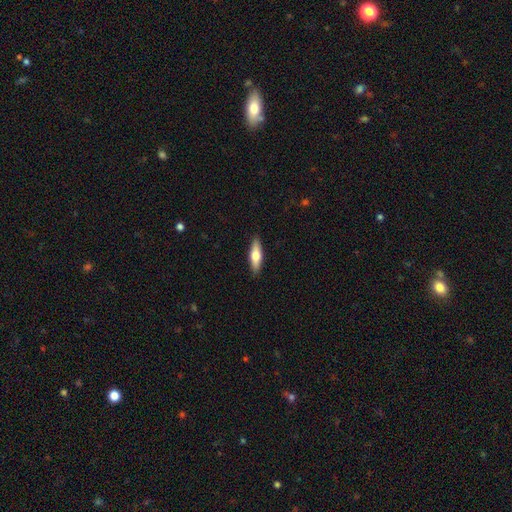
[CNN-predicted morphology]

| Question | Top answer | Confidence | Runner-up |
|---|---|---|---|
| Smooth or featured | smooth | 61% | featured or disk (34%) |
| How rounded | cigar-shaped | 54% | in between (44%) |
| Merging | none | 89% | minor disturbance (8%) |